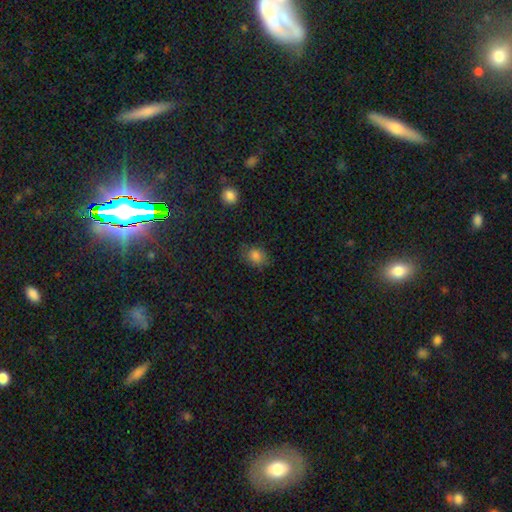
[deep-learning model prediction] This appears to be a smooth galaxy with no disk features (82%) that is in between round and cigar-shaped (55%). Merging: none (73%).